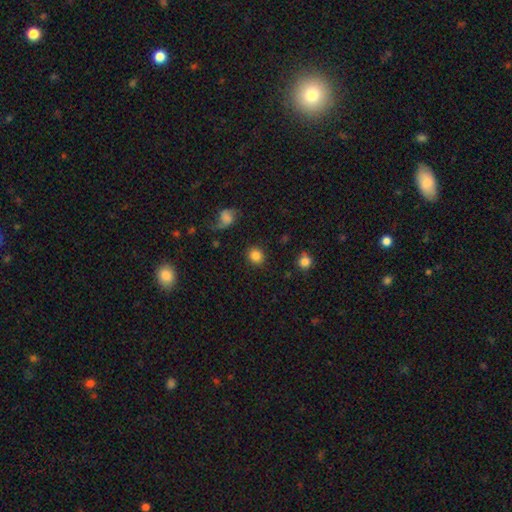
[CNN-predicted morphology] type=smooth (84%); roundness=round (82%); merging=none (88%).